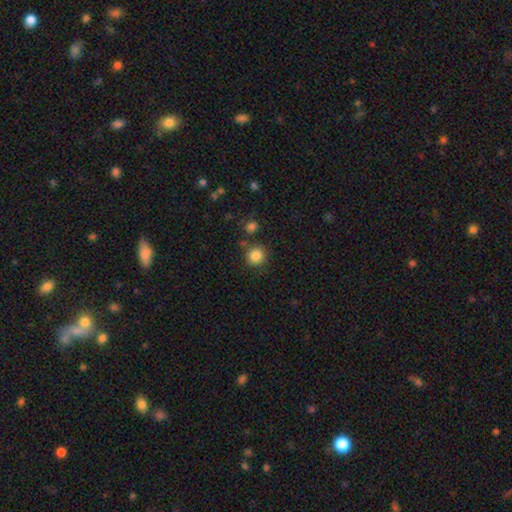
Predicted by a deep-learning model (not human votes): Overall: smooth (85%). How rounded: round (91%). Merging: none (84%).